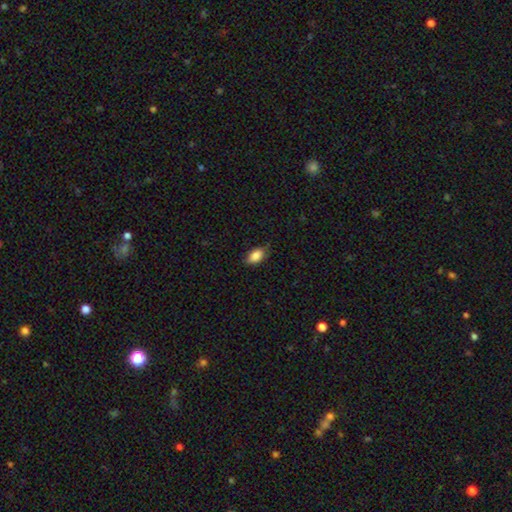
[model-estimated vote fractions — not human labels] Smooth or featured: smooth — 86% (star or artifact — 7%)
How rounded: in between — 91% (round — 6%)
Merging: none — 78% (minor disturbance — 18%)